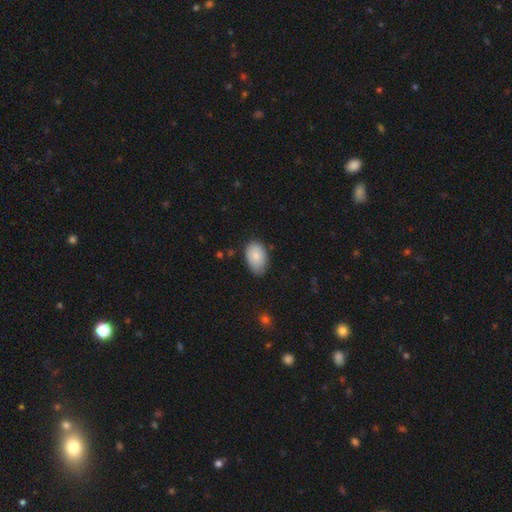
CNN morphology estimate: This is clearly a smooth galaxy (84%). How rounded: clearly in between (91%). Merging: likely none (72%).